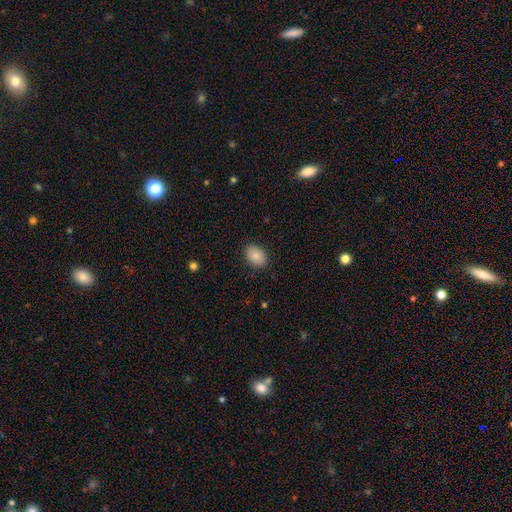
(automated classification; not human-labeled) Smooth or featured?
  - smooth: 88% *
  - star or artifact: 8%
  - featured or disk: 5%
How rounded?
  - in between: 80% *
  - round: 19%
  - cigar-shaped: 1%
Merging?
  - none: 88% *
  - minor disturbance: 9%
  - major disturbance: 2%
  - merger: 1%